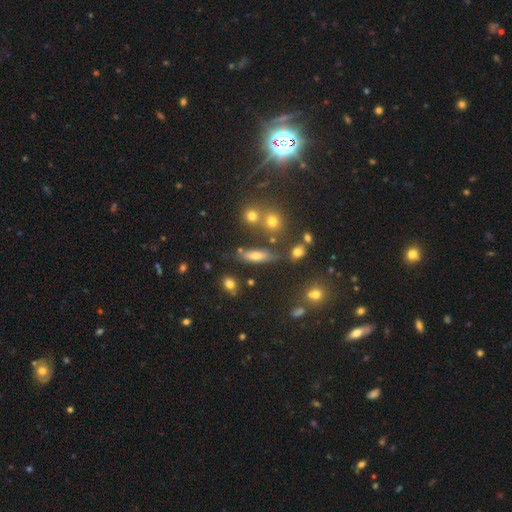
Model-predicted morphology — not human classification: Smooth or featured? Predicted: smooth (p=0.56). How rounded? Predicted: cigar-shaped (p=0.47). Merging? Predicted: none (p=0.71).